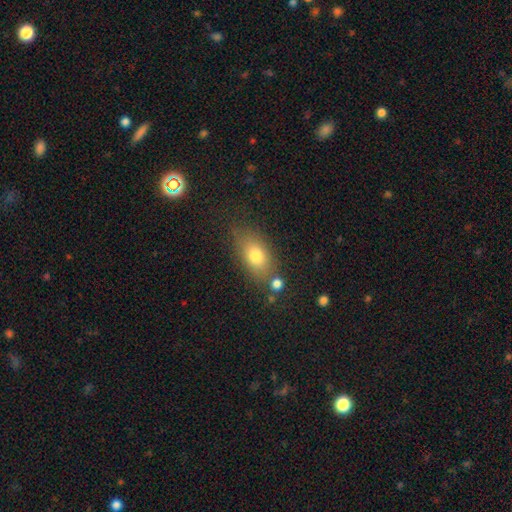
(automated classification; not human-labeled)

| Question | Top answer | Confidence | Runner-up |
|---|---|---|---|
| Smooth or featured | smooth | 76% | featured or disk (14%) |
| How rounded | in between | 81% | round (13%) |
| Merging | none | 69% | minor disturbance (17%) |